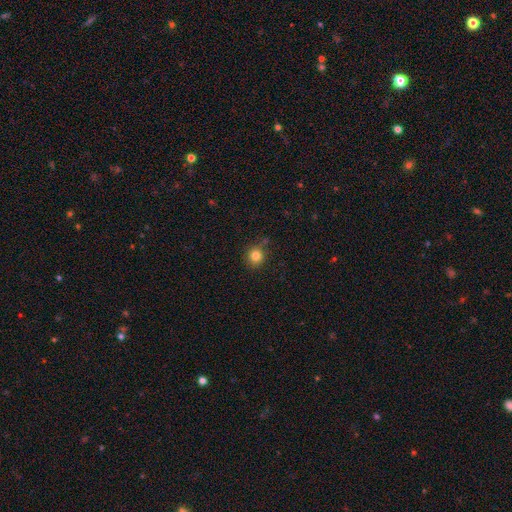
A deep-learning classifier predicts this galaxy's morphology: Smooth or featured: smooth — 83% (star or artifact — 12%)
How rounded: round — 85% (in between — 14%)
Merging: none — 83% (minor disturbance — 11%)